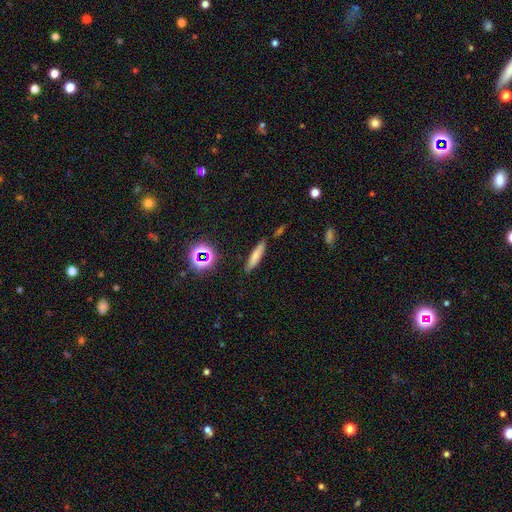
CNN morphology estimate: This appears to be a smooth galaxy with no disk features (72%) that is cigar-shaped (81%). Merging: none (81%).